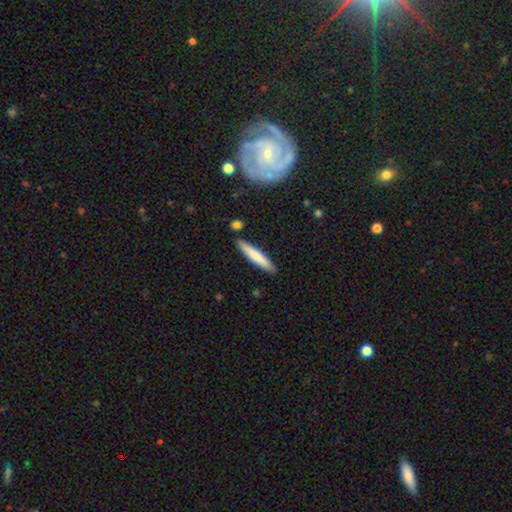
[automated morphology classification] smooth_or_featured: smooth (p=0.73) [alt: featured or disk p=0.22]
how_rounded: cigar-shaped (p=0.90) [alt: in between p=0.09]
merging: none (p=0.88) [alt: minor disturbance p=0.08]